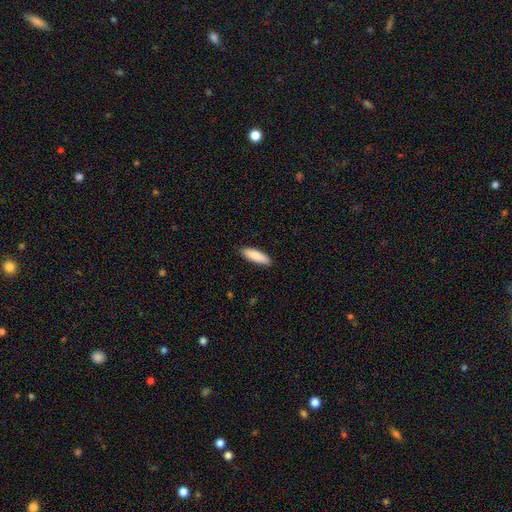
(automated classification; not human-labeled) smooth-or-featured: smooth: 88% | featured or disk: 7% | star or artifact: 5%
  how-rounded: cigar-shaped: 54% | in between: 45% | round: 1%
  merging: none: 90% | minor disturbance: 8% | major disturbance: 2% | merger: 1%